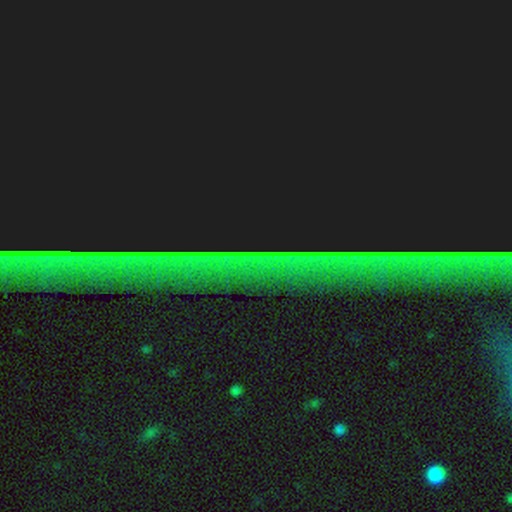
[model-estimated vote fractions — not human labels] smooth-or-featured: star or artifact: 84% | featured or disk: 8% | smooth: 8%